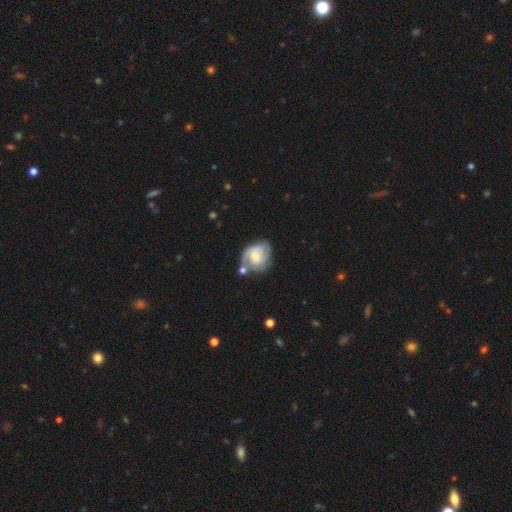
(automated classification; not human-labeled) Smooth or featured? Predicted: featured or disk (p=0.75). Edge-on disk? Predicted: no (p=0.97). Bar? Predicted: no (p=0.56). Spiral arms? Predicted: yes (p=0.93). Spiral winding? Predicted: tight (p=0.53). Spiral arm count? Predicted: 2 (p=0.53). Bulge size? Predicted: small (p=0.38, tied with moderate). Merging? Predicted: none (p=0.56).